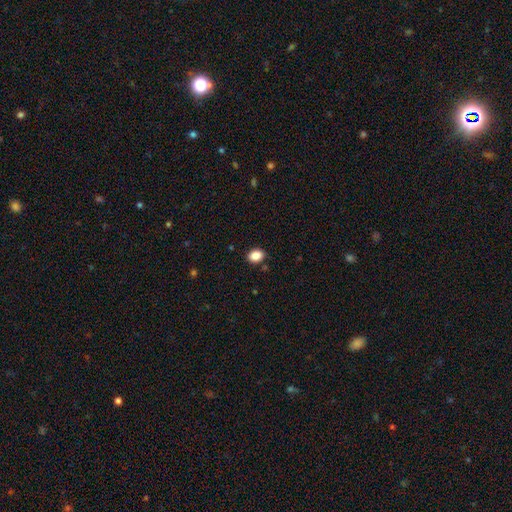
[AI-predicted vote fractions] The model was most divided on "how rounded": in between: 69%, round: 30%, cigar-shaped: 1%. More confident: smooth or featured — smooth (88%); merging — none (87%).